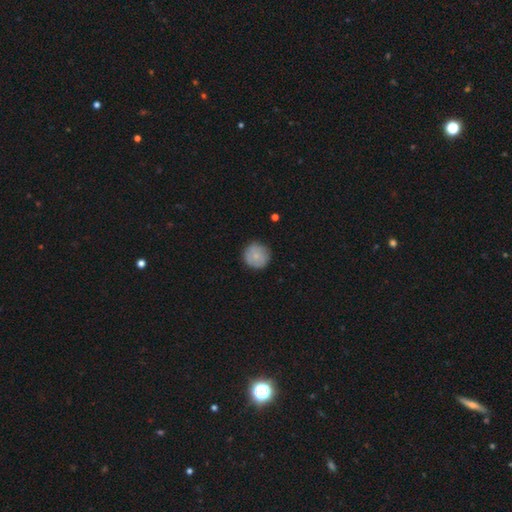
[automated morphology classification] A smooth galaxy with no disk features (78%) that is round (95%).

Vote fractions:
- Smooth or featured? smooth: 78% / featured or disk: 14% / star or artifact: 7%
- How rounded? round: 95% / in between: 4% / cigar-shaped: 1%
- Merging? none: 87% / minor disturbance: 10% / major disturbance: 2% / merger: 1%